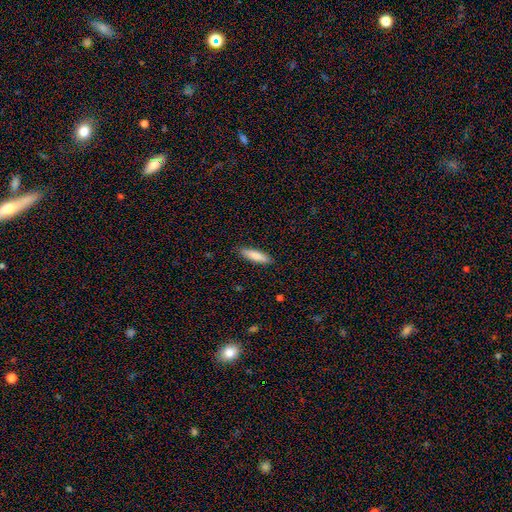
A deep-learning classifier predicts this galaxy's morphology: Smooth or featured? Predicted: smooth (p=0.84). How rounded? Predicted: cigar-shaped (p=0.68). Merging? Predicted: none (p=0.89).